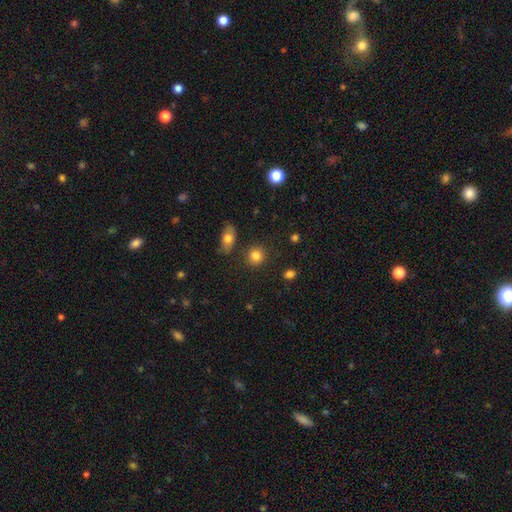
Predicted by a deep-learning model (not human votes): Smooth or featured?
  - smooth: 84% *
  - star or artifact: 10%
  - featured or disk: 6%
How rounded?
  - round: 84% *
  - in between: 15%
  - cigar-shaped: 1%
Merging?
  - none: 84% *
  - minor disturbance: 8%
  - merger: 5%
  - major disturbance: 3%